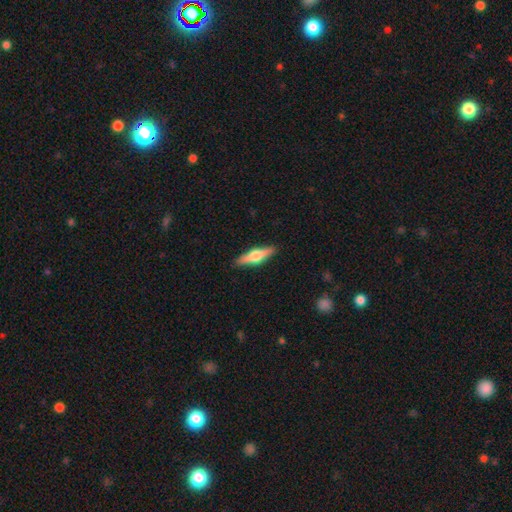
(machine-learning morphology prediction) Smooth or featured? featured or disk (59%)
Edge-on disk? yes (96%)
Edge-on bulge? rounded (94%)
Merging? none (90%)